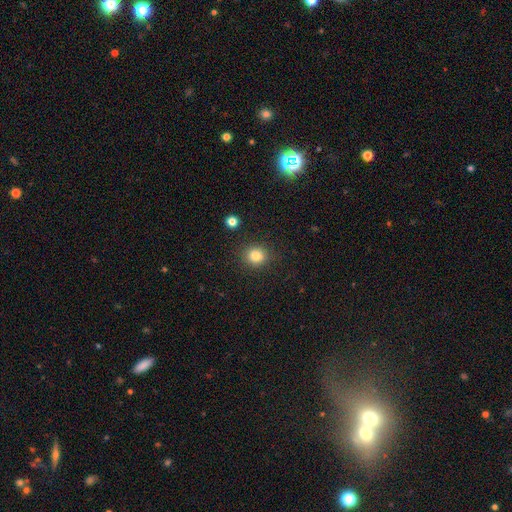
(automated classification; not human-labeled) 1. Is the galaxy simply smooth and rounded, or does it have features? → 82% smooth, 12% star or artifact, 6% featured or disk.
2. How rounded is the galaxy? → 84% round, 15% in between, 1% cigar-shaped.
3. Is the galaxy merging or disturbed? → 87% none, 8% minor disturbance, 3% major disturbance, 2% merger.